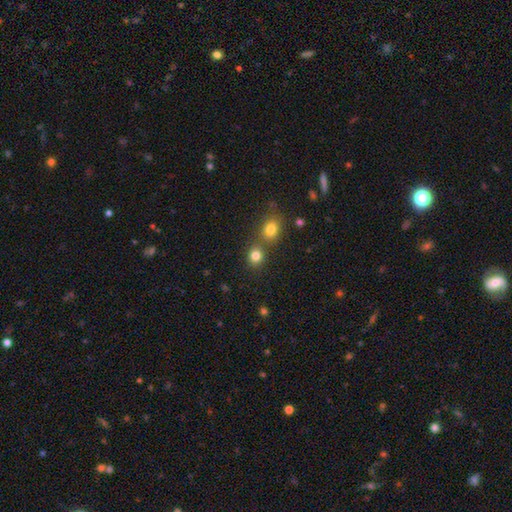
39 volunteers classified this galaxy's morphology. Q: Smooth or featured?
A: smooth (85%); runner-up: star or artifact (10%)
Q: How rounded?
A: round (91%); runner-up: in between (9%)
Q: Merging?
A: none (46%); runner-up: merger (43%)